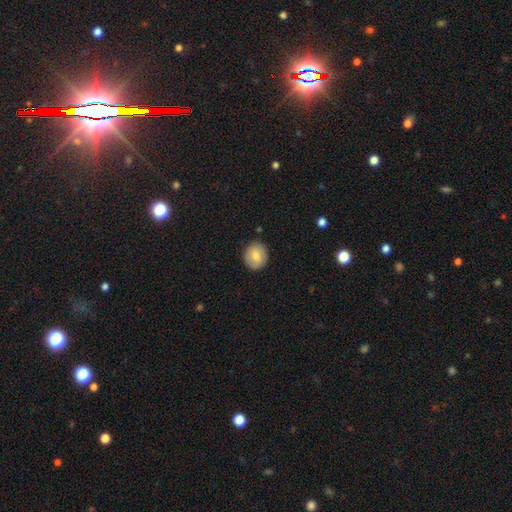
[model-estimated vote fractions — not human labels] This is likely a smooth galaxy (74%). How rounded: likely round (80%). Merging: clearly none (88%).